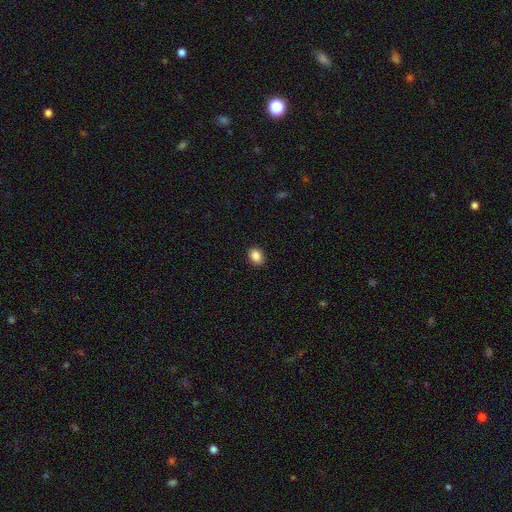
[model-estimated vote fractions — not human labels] smooth-or-featured: smooth: 88% | star or artifact: 9% | featured or disk: 3%
  how-rounded: in between: 61% | round: 38% | cigar-shaped: 1%
  merging: none: 90% | minor disturbance: 8% | major disturbance: 2% | merger: 1%